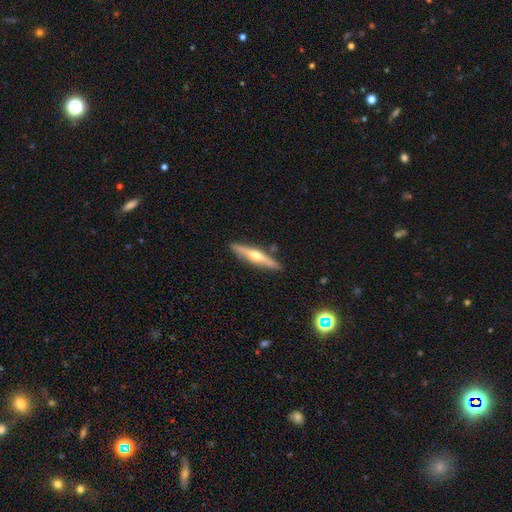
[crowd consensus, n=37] smooth_or_featured: featured or disk (p=0.76) [alt: smooth p=0.22]
disk_edge_on: yes (p=0.96) [alt: no p=0.04]
edge_on_bulge: rounded (p=0.85) [alt: boxy p=0.07]
merging: none (p=0.89) [alt: minor disturbance p=0.11]